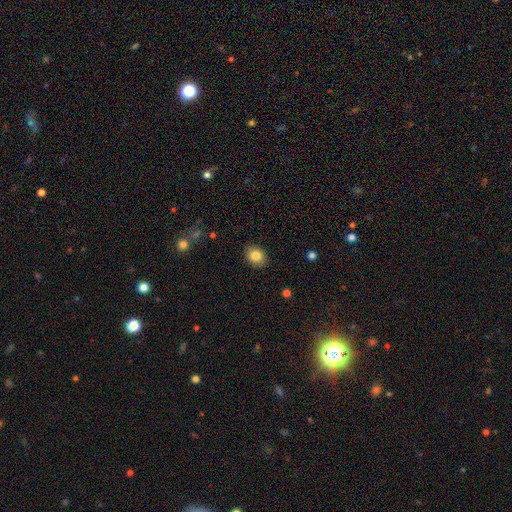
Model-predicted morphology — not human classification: Smooth or featured: smooth — 83% (star or artifact — 9%)
How rounded: in between — 59% (round — 40%)
Merging: none — 87% (minor disturbance — 9%)